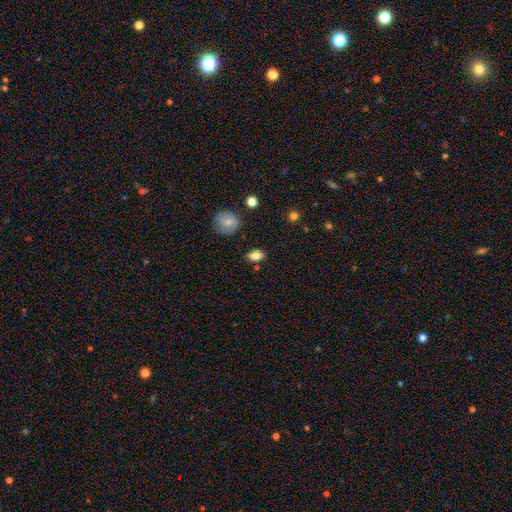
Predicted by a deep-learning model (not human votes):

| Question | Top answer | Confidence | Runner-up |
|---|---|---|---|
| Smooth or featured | smooth | 82% | featured or disk (9%) |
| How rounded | in between | 85% | round (11%) |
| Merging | none | 84% | minor disturbance (11%) |